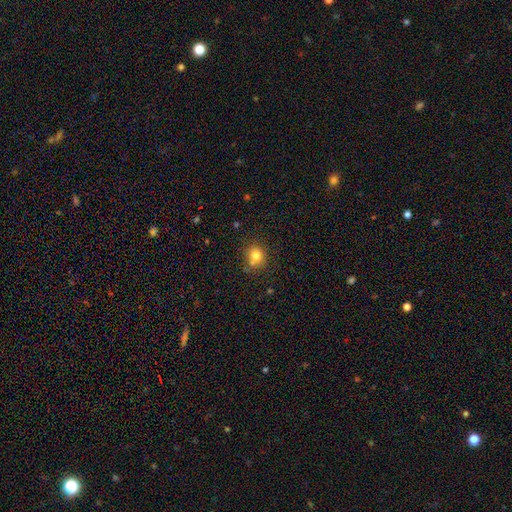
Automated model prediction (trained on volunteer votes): Smooth or featured?
  - smooth: 78% *
  - star or artifact: 13%
  - featured or disk: 9%
How rounded?
  - round: 77% *
  - in between: 22%
  - cigar-shaped: 1%
Merging?
  - none: 68% *
  - minor disturbance: 15%
  - merger: 13%
  - major disturbance: 4%